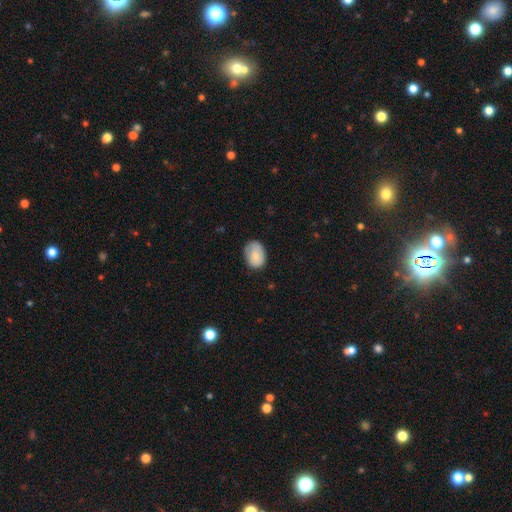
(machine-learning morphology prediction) smooth 84%, featured or disk 9%, star or artifact 7%. Down the decision tree: how rounded — in between (74%); merging — none (70%).